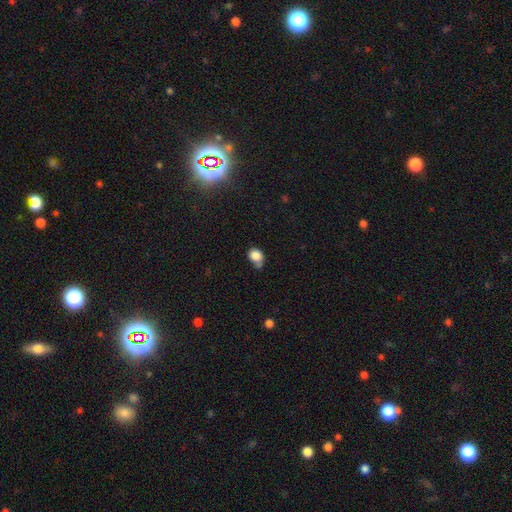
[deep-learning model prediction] A smooth galaxy with no disk features (84%) that is round (58%).

Vote fractions:
- Smooth or featured? smooth: 84% / star or artifact: 10% / featured or disk: 6%
- How rounded? round: 58% / in between: 41% / cigar-shaped: 1%
- Merging? none: 44% / minor disturbance: 29% / merger: 17% / major disturbance: 9%